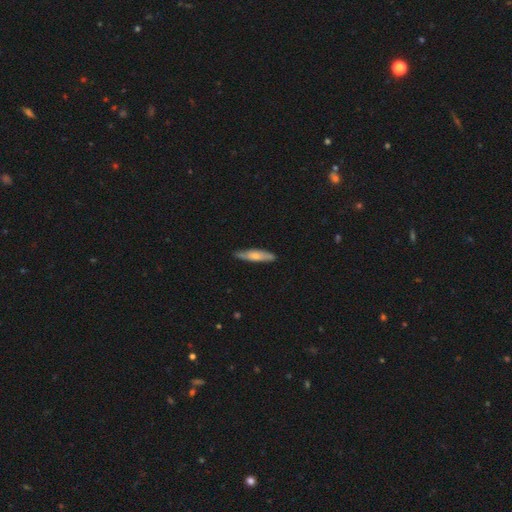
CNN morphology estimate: Smooth or featured?
  - smooth: 59% *
  - featured or disk: 35%
  - star or artifact: 5%
How rounded?
  - cigar-shaped: 75% *
  - in between: 23%
  - round: 2%
Merging?
  - none: 80% *
  - minor disturbance: 16%
  - major disturbance: 2%
  - merger: 1%